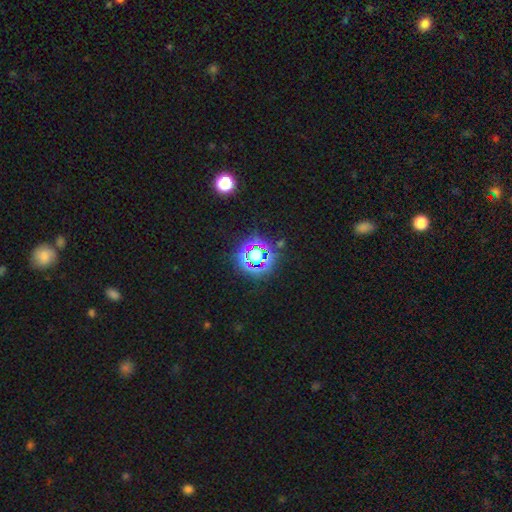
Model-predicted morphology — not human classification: This appears to be a star or artifact, not a galaxy (68%).